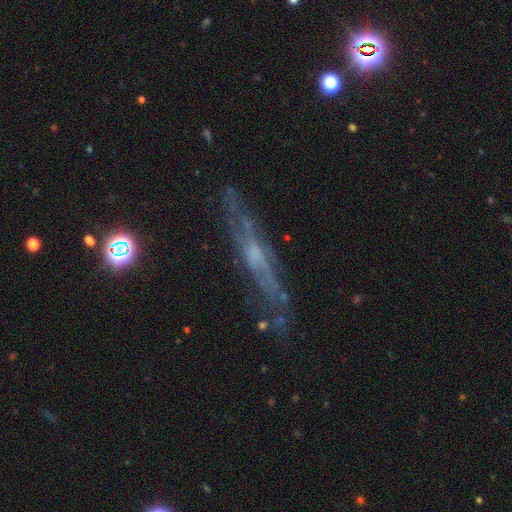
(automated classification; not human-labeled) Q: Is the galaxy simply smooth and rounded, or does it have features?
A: featured or disk — 71%.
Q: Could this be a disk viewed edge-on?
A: yes — 74%.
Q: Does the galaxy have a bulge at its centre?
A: rounded — 47%.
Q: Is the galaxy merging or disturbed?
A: none — 74%.